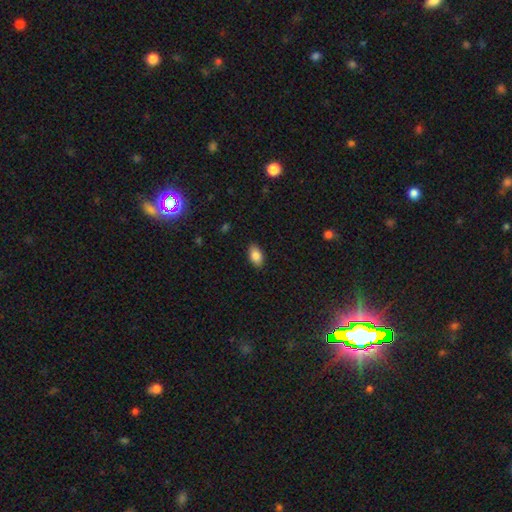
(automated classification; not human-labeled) Smooth or featured? Predicted: smooth (p=0.85). How rounded? Predicted: in between (p=0.92). Merging? Predicted: none (p=0.88).